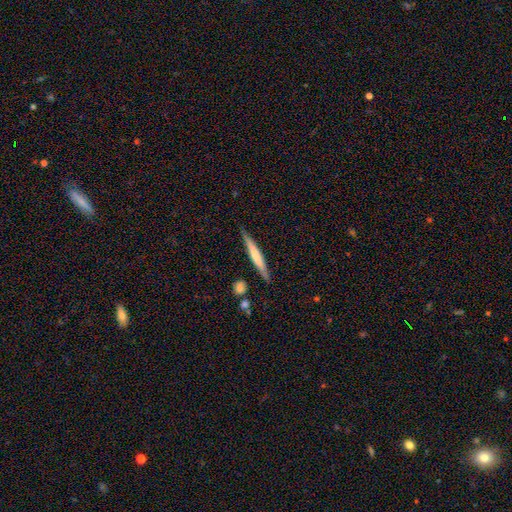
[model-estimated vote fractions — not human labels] This appears to be a smooth galaxy with no disk features (53%) that is cigar-shaped (95%). Merging: none (84%).